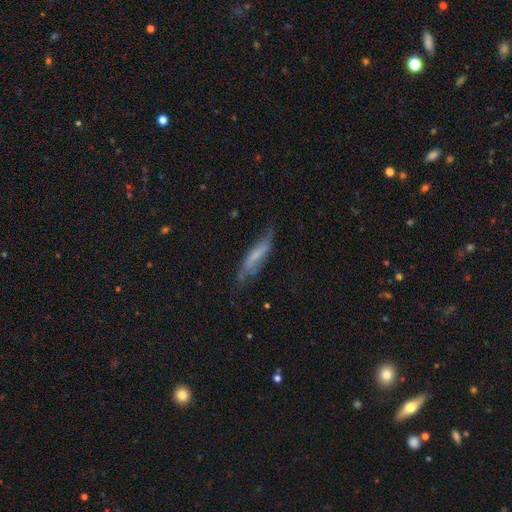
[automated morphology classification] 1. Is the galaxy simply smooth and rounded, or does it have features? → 51% featured or disk, 41% smooth, 8% star or artifact.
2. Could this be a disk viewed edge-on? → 58% no, 42% yes.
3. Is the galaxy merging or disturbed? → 59% none, 28% minor disturbance, 10% major disturbance, 2% merger.